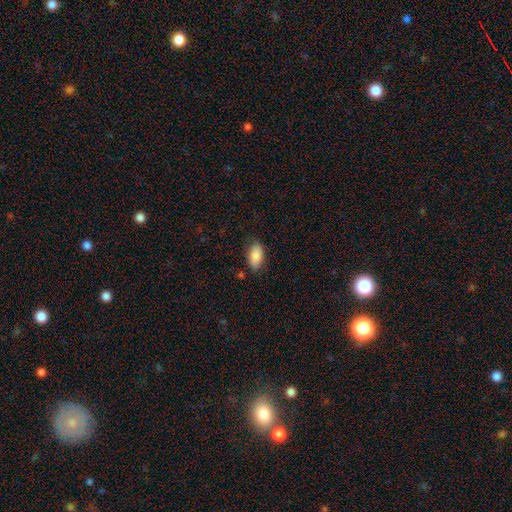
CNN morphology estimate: smooth-or-featured: smooth: 86% | star or artifact: 7% | featured or disk: 7%
  how-rounded: in between: 93% | round: 4% | cigar-shaped: 3%
  merging: none: 80% | minor disturbance: 15% | major disturbance: 3% | merger: 2%